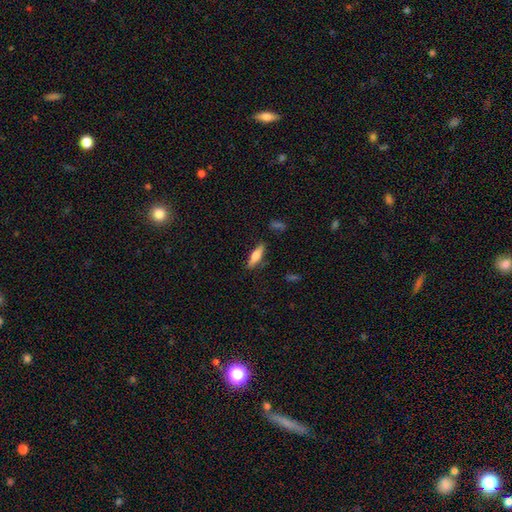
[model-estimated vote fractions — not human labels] Smooth or featured? smooth (60%)
How rounded? cigar-shaped (57%)
Merging? none (84%)